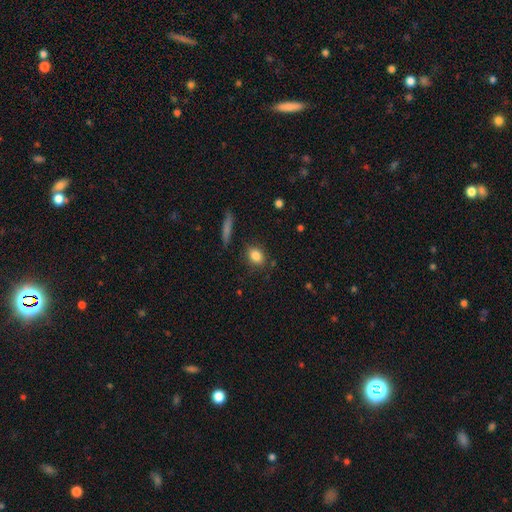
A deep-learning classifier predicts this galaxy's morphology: This appears to be a smooth galaxy with no disk features (83%) that is in between round and cigar-shaped (54%). Merging: none (81%).